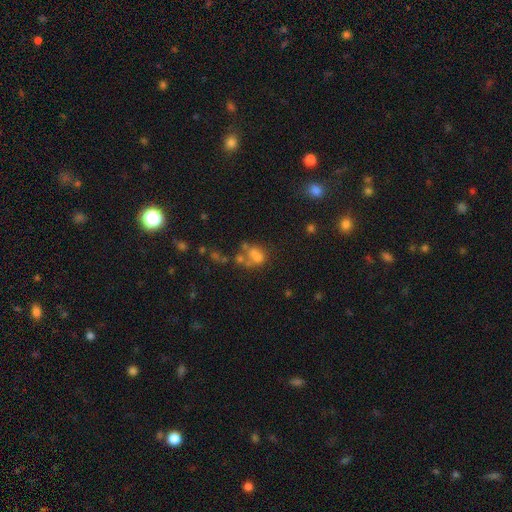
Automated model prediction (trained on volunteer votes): Smooth or featured?
  - smooth: 52% *
  - featured or disk: 30%
  - star or artifact: 18%
How rounded?
  - round: 51% *
  - in between: 48%
  - cigar-shaped: 2%
Merging?
  - merger: 47% *
  - none: 28%
  - major disturbance: 14%
  - minor disturbance: 11%